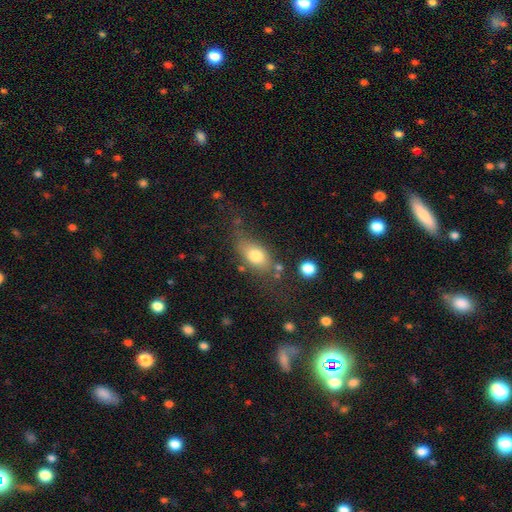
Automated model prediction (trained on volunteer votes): smooth 75%, featured or disk 17%, star or artifact 9%. Down the decision tree: how rounded — in between (81%); merging — none (60%).